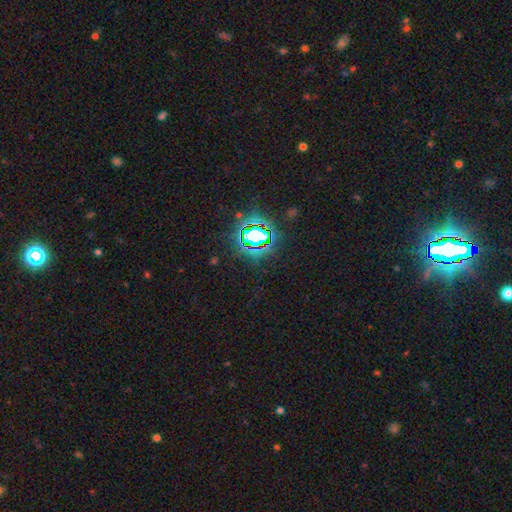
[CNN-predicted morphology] The model was most divided on "smooth or featured": star or artifact: 80%, smooth: 12%, featured or disk: 7%.